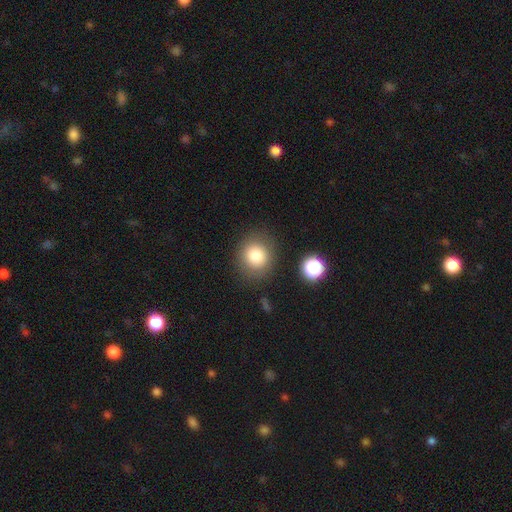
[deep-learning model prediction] A smooth galaxy with no disk features (81%) that is round (82%). Merging: none (83%).